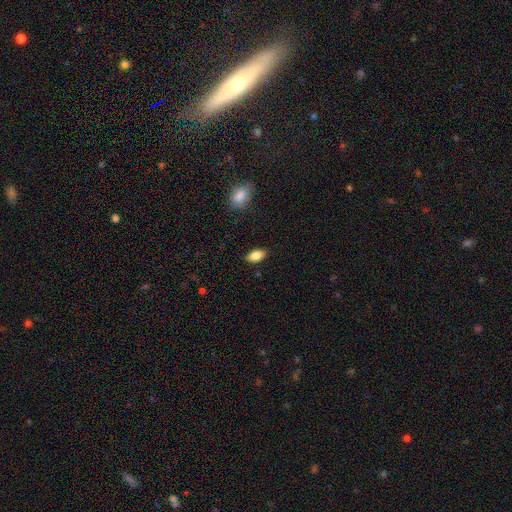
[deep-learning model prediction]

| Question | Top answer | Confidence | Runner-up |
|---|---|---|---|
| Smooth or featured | smooth | 83% | featured or disk (9%) |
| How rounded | in between | 91% | cigar-shaped (5%) |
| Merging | none | 87% | minor disturbance (10%) |